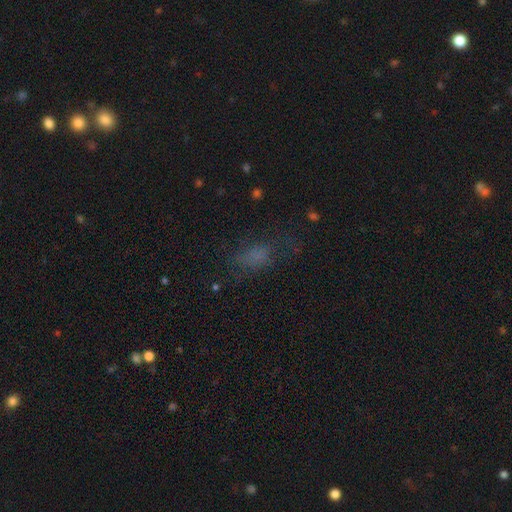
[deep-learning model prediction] Overall: smooth (60%; star or artifact 22%). How rounded: in between (75%). Merging: none (53%; major disturbance 22%).